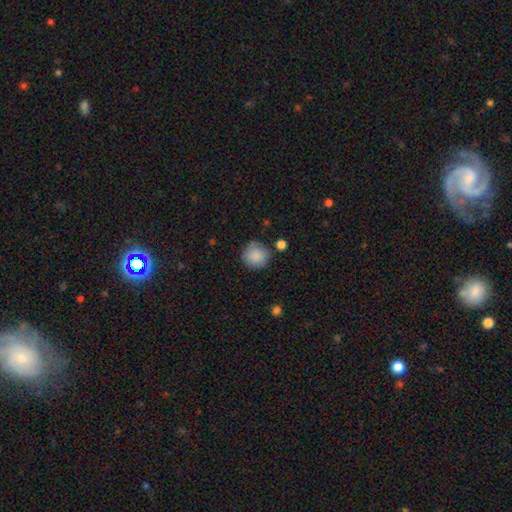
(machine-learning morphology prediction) This appears to be a smooth galaxy with no disk features (88%) that is round (92%). Merging: none (81%).